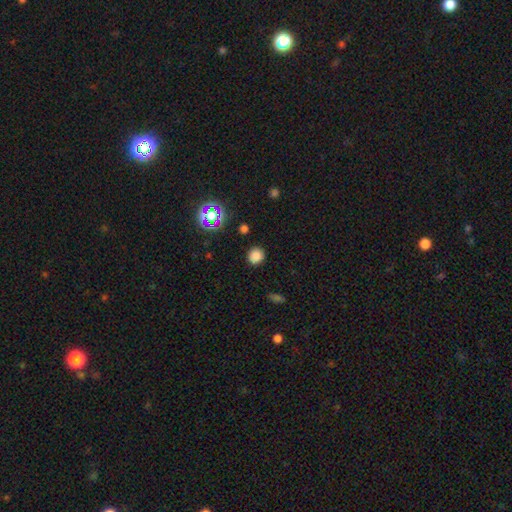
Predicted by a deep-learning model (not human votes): A smooth galaxy with no disk features (79%) that is round (87%). Merging: none (88%).